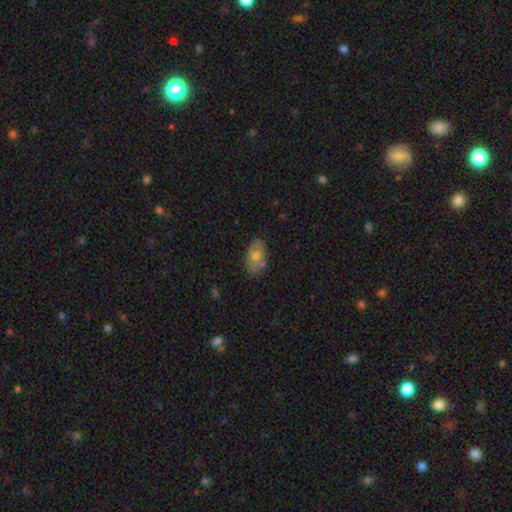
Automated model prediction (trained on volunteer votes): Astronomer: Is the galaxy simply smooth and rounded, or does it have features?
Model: smooth — 65%.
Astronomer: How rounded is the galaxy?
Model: in between — 91%.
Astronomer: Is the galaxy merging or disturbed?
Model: none — 70%.